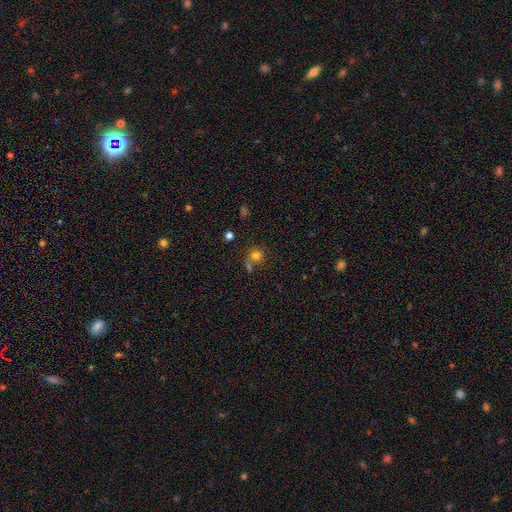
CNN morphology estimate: smooth_or_featured: smooth (p=0.77) [alt: star or artifact p=0.14]
how_rounded: round (p=0.89) [alt: in between p=0.10]
merging: none (p=0.60) [alt: merger p=0.21]